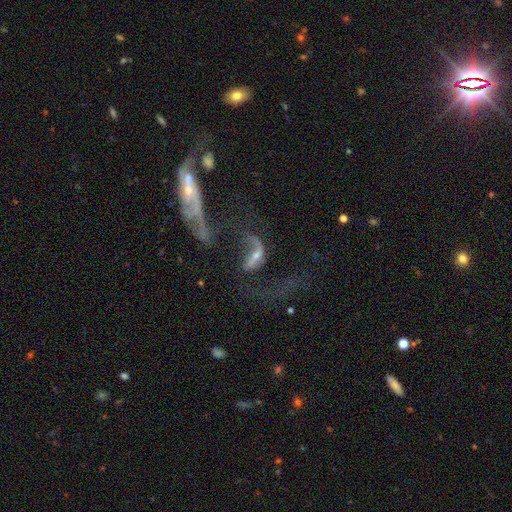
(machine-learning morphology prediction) A featured or disk galaxy (77%) with a weak bar (37%, tied with no), 2 (79%) loose (78%) spiral arms (81%) and a small central bulge (53%). Merging: merger (34%).